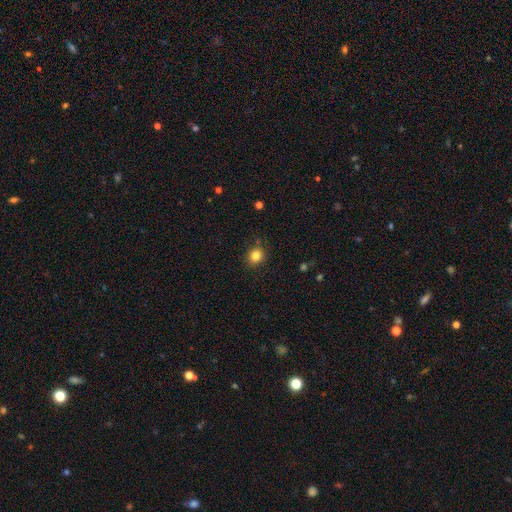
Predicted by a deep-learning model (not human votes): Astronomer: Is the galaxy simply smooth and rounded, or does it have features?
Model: smooth — 83%.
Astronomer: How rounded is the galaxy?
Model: round — 80%.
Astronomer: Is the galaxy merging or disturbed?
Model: none — 87%.